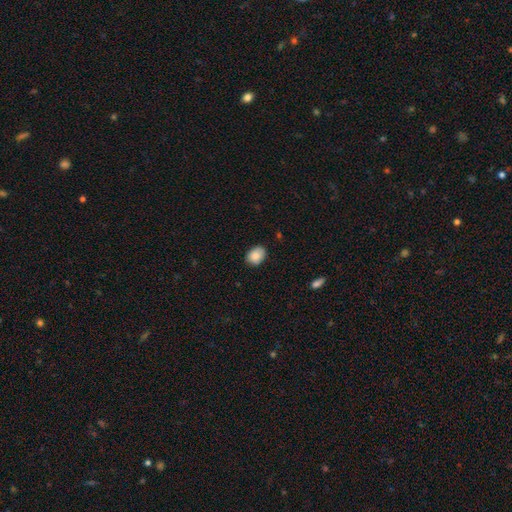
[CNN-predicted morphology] Smooth or featured: smooth — 86% (star or artifact — 8%)
How rounded: in between — 68% (round — 31%)
Merging: none — 82% (minor disturbance — 15%)